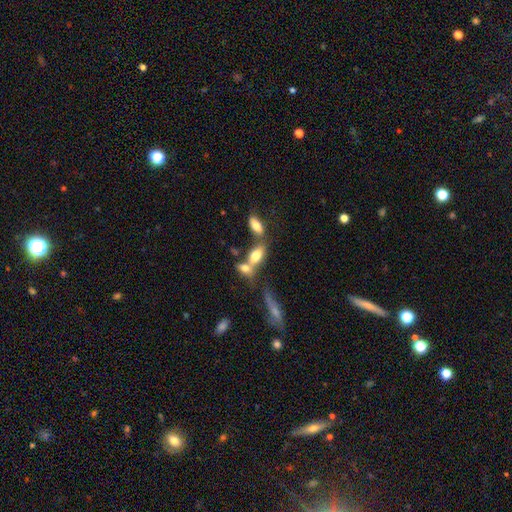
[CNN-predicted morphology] This is likely a smooth galaxy (72%). How rounded: clearly in between (82%). Merging: possibly merger (45%).